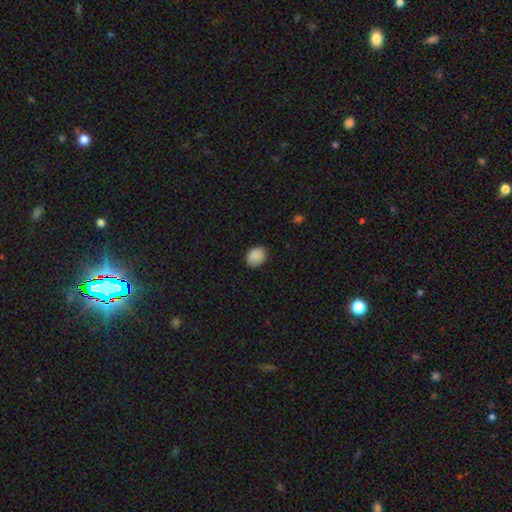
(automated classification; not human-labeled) A smooth galaxy with no disk features (89%) that is in between round and cigar-shaped (53%). Merging: none (84%).